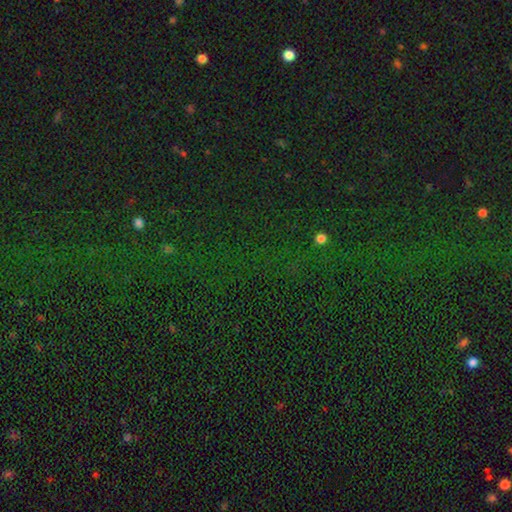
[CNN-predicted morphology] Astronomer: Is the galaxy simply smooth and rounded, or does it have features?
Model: star or artifact — 81%.